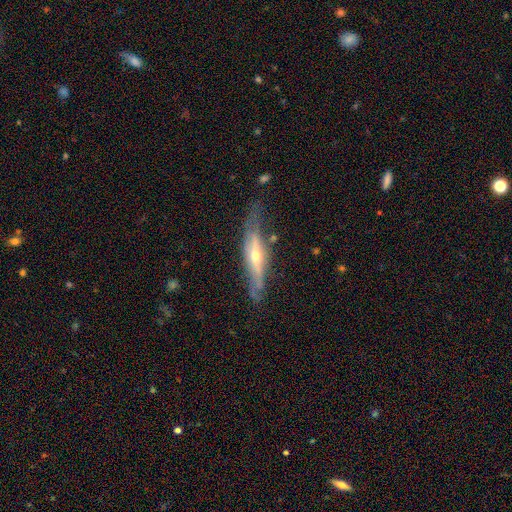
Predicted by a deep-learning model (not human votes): This appears to be a featured or disk galaxy (74%) viewed edge-on (84%) with a rounded central bulge (83%). Merging: none (68%).